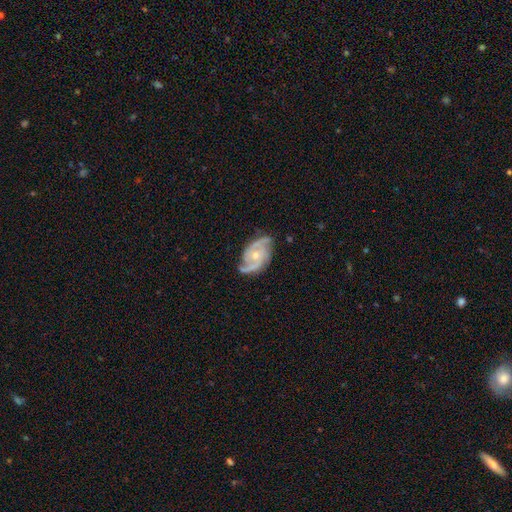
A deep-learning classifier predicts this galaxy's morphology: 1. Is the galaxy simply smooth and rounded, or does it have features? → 90% featured or disk, 5% smooth, 5% star or artifact.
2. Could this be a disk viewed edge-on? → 97% no, 3% yes.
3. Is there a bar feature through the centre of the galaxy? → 62% no, 30% weak, 7% strong.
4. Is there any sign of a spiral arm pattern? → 98% yes, 2% no.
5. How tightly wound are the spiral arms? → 53% medium, 34% tight, 13% loose.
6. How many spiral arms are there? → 65% 2, 23% 3, 5% can't tell, 3% 4, 2% 1, 2% more than 4.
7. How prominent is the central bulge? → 53% small, 43% moderate, 2% none, 1% large, 1% dominant.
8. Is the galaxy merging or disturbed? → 74% none, 19% minor disturbance, 5% major disturbance, 2% merger.